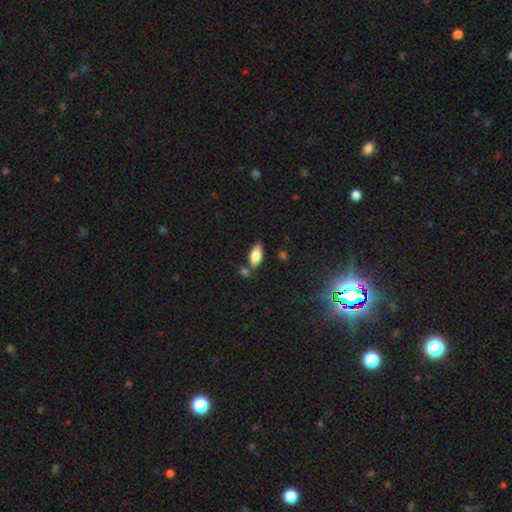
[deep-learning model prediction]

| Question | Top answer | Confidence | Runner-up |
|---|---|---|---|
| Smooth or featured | smooth | 78% | featured or disk (15%) |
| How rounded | in between | 87% | cigar-shaped (11%) |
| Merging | none | 73% | minor disturbance (13%) |